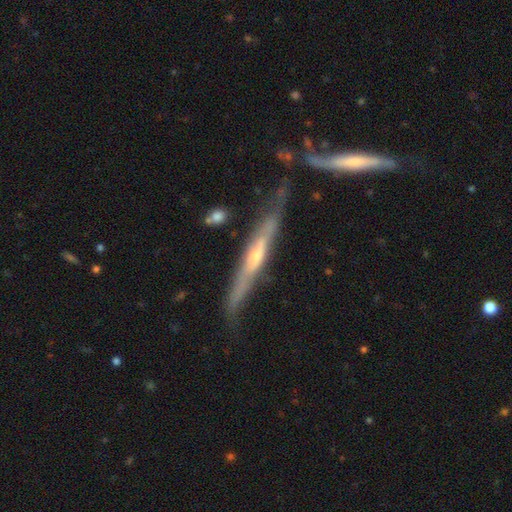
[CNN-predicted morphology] Overall: featured or disk (77%). Edge-on disk: yes (91%). Edge-on bulge: rounded (59%; none 35%). Merging: none (67%).